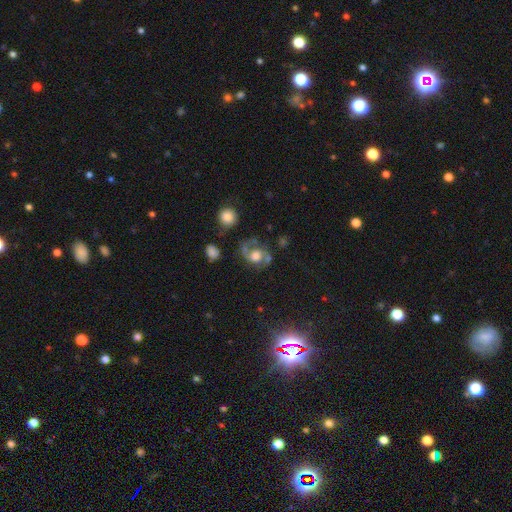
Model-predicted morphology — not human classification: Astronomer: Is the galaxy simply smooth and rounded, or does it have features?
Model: featured or disk — 64%.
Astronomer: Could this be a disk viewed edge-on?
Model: no — 97%.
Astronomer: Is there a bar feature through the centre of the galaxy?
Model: no — 71%.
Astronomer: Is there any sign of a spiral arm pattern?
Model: yes — 81%.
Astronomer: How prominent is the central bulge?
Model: large — 50% (runner-up: moderate, 33%).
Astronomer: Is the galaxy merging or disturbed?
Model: none — 56%.